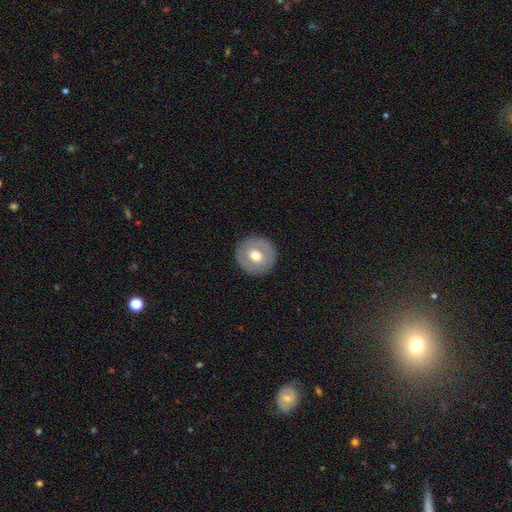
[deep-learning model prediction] A smooth galaxy with no disk features (53%) that is round (92%). Merging: none (89%).